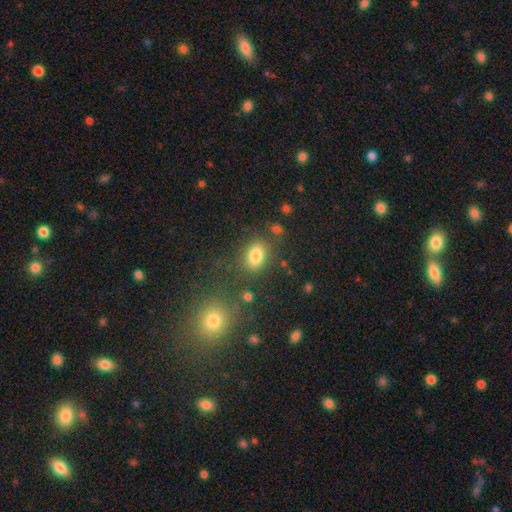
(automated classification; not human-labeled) The model was most divided on "how rounded": in between: 77%, round: 21%, cigar-shaped: 2%. More confident: smooth or featured — smooth (81%); merging — none (77%).